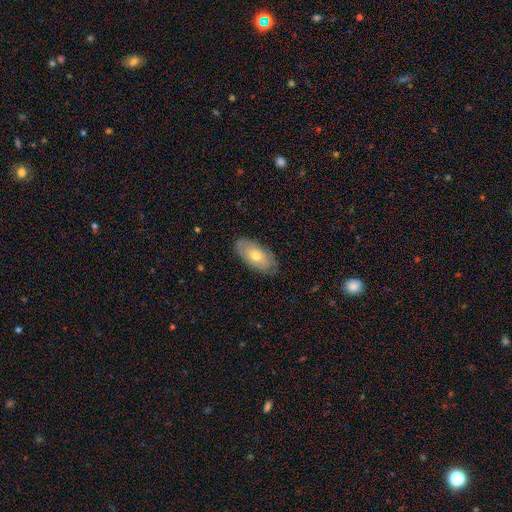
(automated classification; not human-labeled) Morphology: type=smooth (60%); roundness=in between (93%); merging=none (82%).